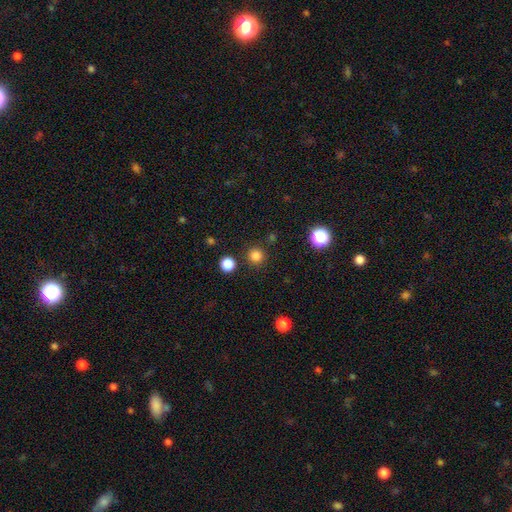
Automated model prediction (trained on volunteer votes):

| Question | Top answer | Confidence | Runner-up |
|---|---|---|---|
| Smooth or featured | smooth | 82% | star or artifact (15%) |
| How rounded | round | 95% | in between (4%) |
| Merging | none | 88% | minor disturbance (6%) |